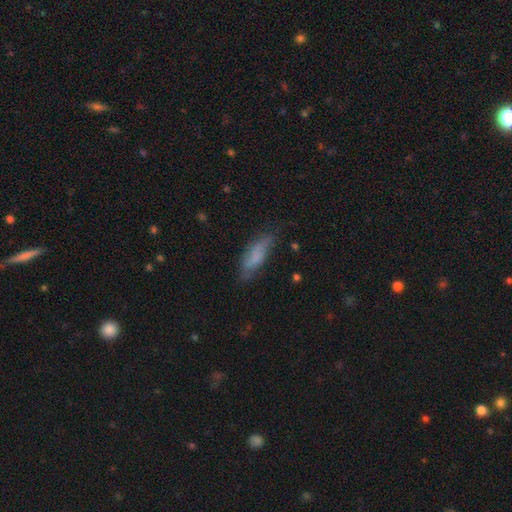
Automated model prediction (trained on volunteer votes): Morphology: type=smooth (69%); roundness=in between (50%); merging=none (61%).